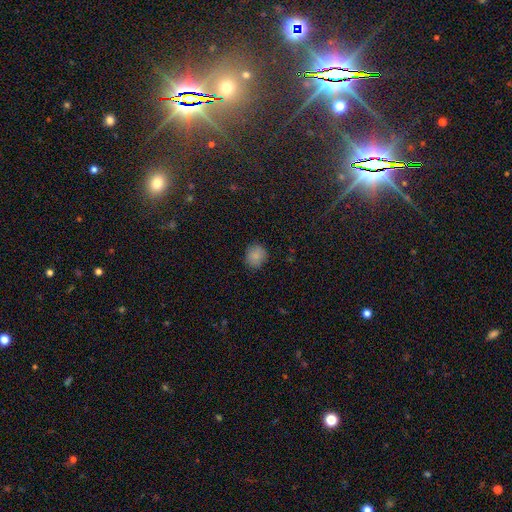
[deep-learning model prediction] The model was most divided on "how rounded": round: 80%, in between: 19%, cigar-shaped: 1%. More confident: merging — none (85%); smooth or featured — smooth (85%).